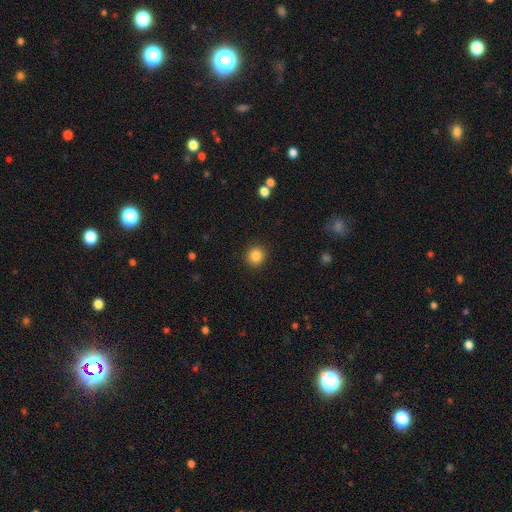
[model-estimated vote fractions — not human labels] Q: Smooth or featured?
A: smooth (86%); runner-up: star or artifact (10%)
Q: How rounded?
A: round (93%); runner-up: in between (6%)
Q: Merging?
A: none (92%); runner-up: minor disturbance (5%)